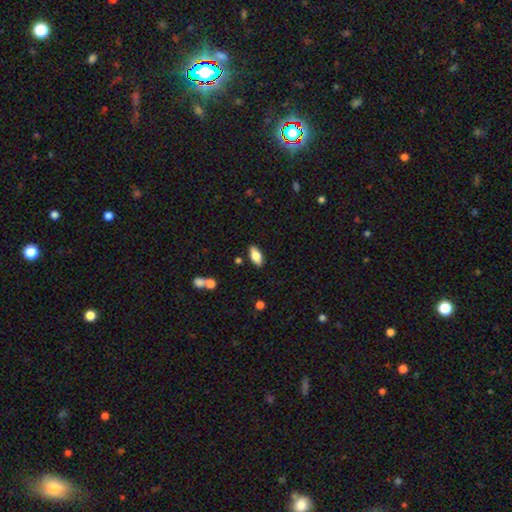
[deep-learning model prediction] A smooth galaxy with no disk features (77%) that is in between round and cigar-shaped (86%).

Vote fractions:
- Smooth or featured? smooth: 77% / featured or disk: 16% / star or artifact: 7%
- How rounded? in between: 86% / cigar-shaped: 12% / round: 3%
- Merging? none: 86% / minor disturbance: 9% / merger: 2% / major disturbance: 2%